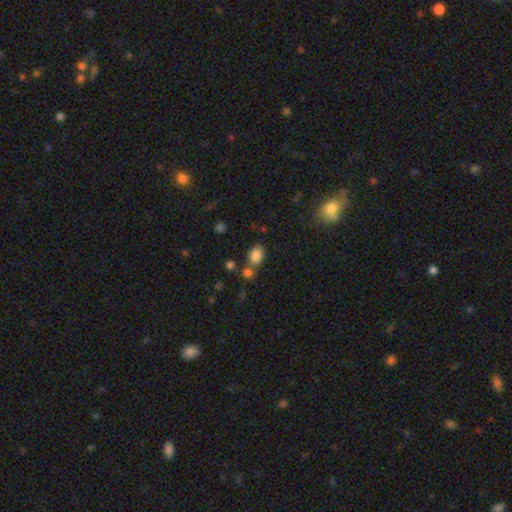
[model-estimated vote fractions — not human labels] Smooth or featured?
  - smooth: 83% *
  - star or artifact: 11%
  - featured or disk: 6%
How rounded?
  - in between: 77% *
  - round: 21%
  - cigar-shaped: 1%
Merging?
  - none: 61% *
  - merger: 22%
  - minor disturbance: 12%
  - major disturbance: 4%